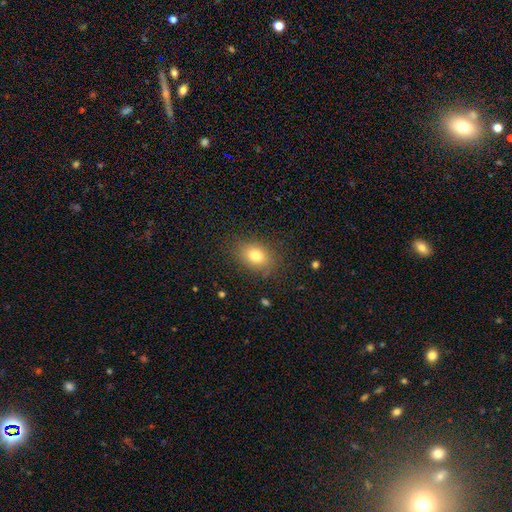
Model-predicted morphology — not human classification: A smooth galaxy with no disk features (78%) that is in between round and cigar-shaped (72%).

Vote fractions:
- Smooth or featured? smooth: 78% / star or artifact: 11% / featured or disk: 11%
- How rounded? in between: 72% / round: 27% / cigar-shaped: 1%
- Merging? none: 82% / minor disturbance: 13% / major disturbance: 4% / merger: 1%